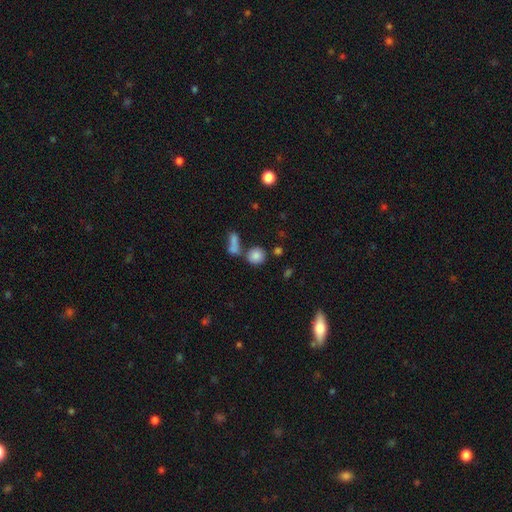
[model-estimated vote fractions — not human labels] smooth 83%, star or artifact 10%, featured or disk 7%. Down the decision tree: how rounded — round (83%); merging — none (62%).